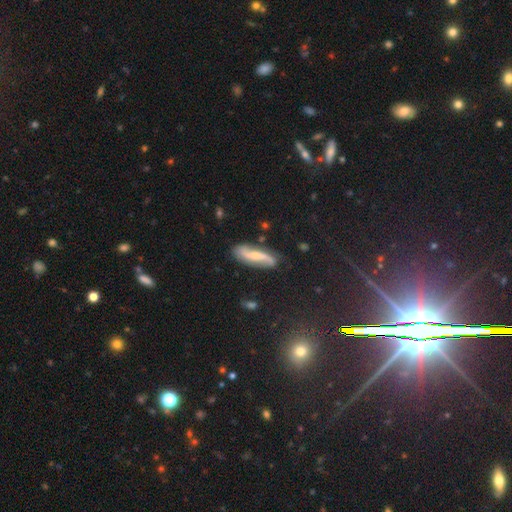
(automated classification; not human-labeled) A featured or disk galaxy (67%) with no bar (41%), 2 (90%) loose (68%) spiral arms (92%) and a small central bulge (48%). Merging: none (79%).